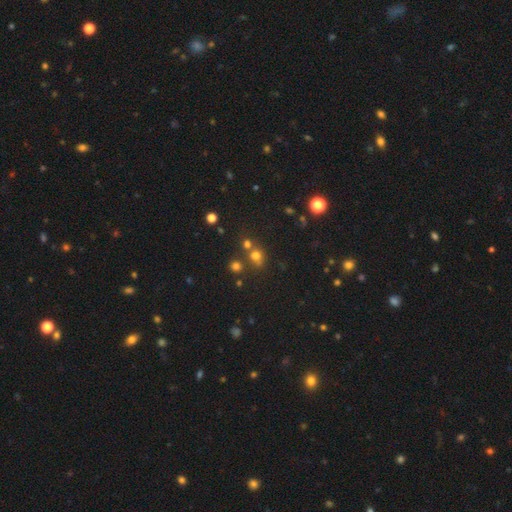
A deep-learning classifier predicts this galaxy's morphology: A smooth galaxy with no disk features (65%) that is round (80%). Merging: none (59%).